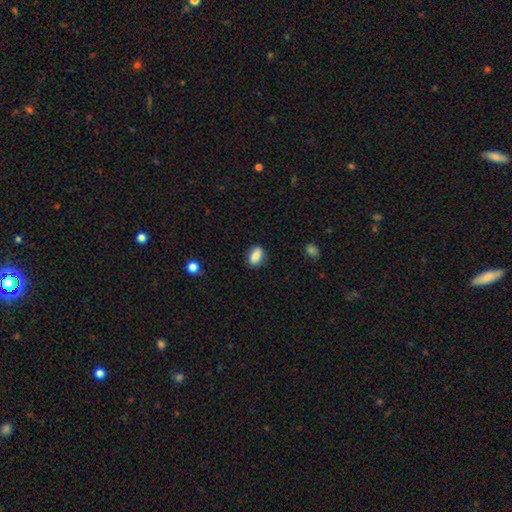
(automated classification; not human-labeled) smooth 84%, featured or disk 9%, star or artifact 8%. Down the decision tree: how rounded — in between (83%); merging — none (84%).